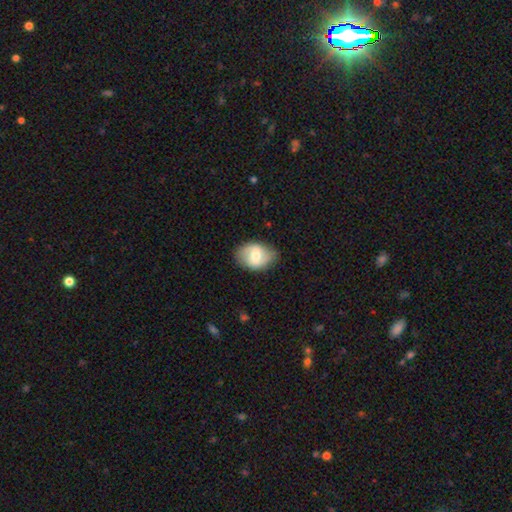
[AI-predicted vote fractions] Smooth or featured?
  - smooth: 52% *
  - featured or disk: 42%
  - star or artifact: 6%
How rounded?
  - in between: 74% *
  - round: 24%
  - cigar-shaped: 1%
Merging?
  - none: 76% *
  - minor disturbance: 18%
  - major disturbance: 4%
  - merger: 1%